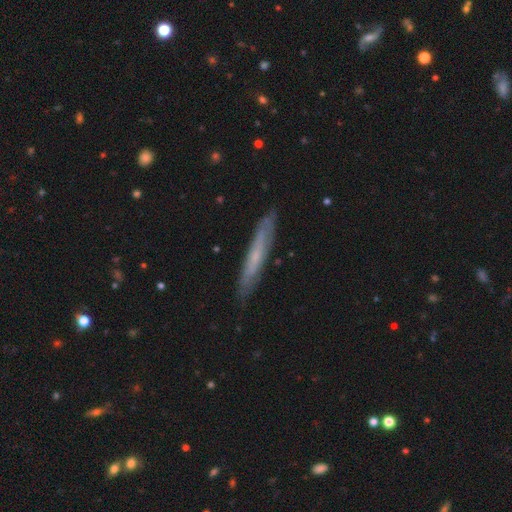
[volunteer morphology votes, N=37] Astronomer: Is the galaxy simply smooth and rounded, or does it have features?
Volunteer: smooth — 51% (runner-up: featured or disk, 46%).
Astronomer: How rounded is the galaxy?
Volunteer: cigar-shaped — 100%.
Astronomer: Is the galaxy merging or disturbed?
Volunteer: none — 83%.